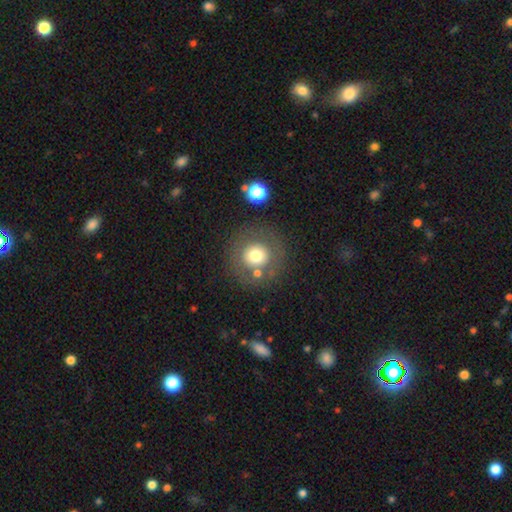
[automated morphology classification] The model was most divided on "smooth or featured": smooth: 67%, featured or disk: 20%, star or artifact: 12%. More confident: how rounded — round (94%); merging — none (78%).